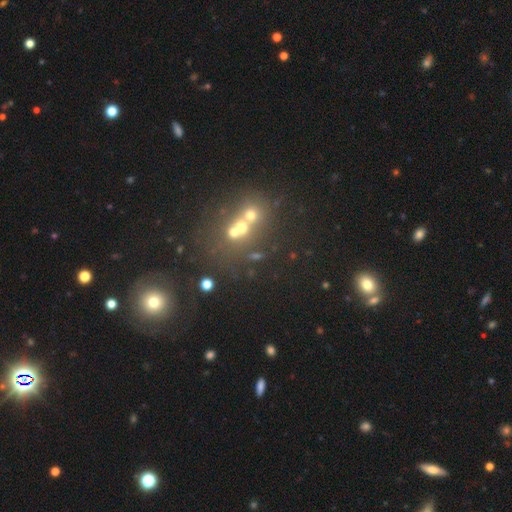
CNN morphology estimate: A smooth galaxy with no disk features (46%). Merging: merger (43%).